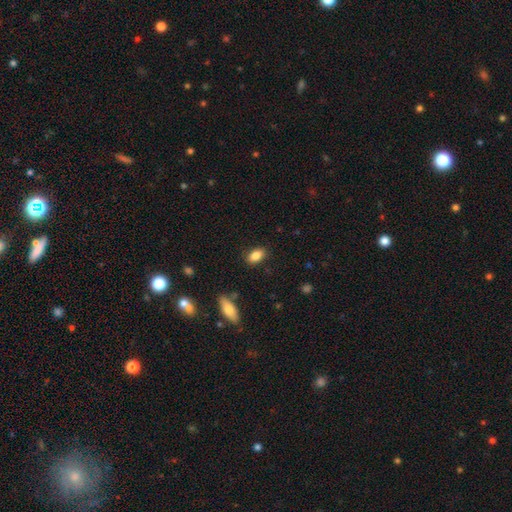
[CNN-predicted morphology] Overall: smooth (86%). How rounded: in between (88%). Merging: none (85%).